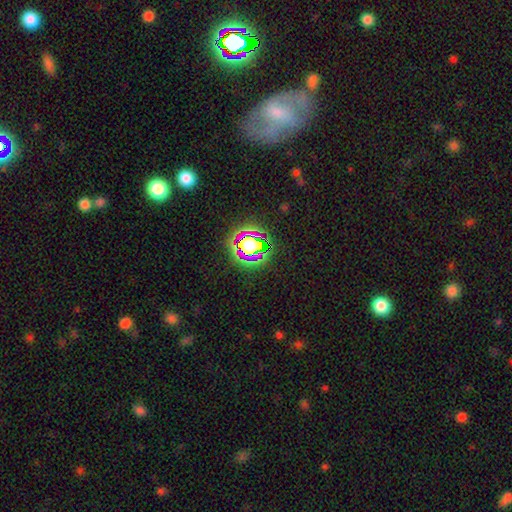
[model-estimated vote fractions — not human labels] This is likely a star or artifact rather than a galaxy (69%).